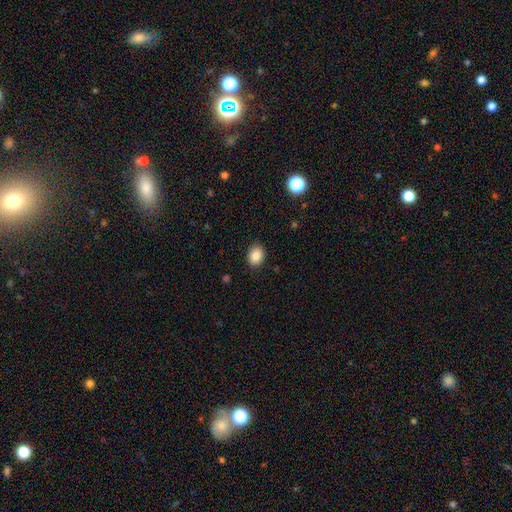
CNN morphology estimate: smooth-or-featured: smooth: 87% | star or artifact: 9% | featured or disk: 5%
  how-rounded: in between: 63% | round: 36% | cigar-shaped: 1%
  merging: none: 88% | minor disturbance: 9% | major disturbance: 2% | merger: 1%